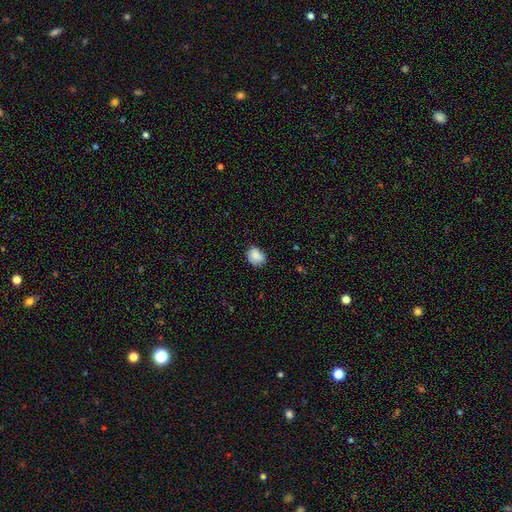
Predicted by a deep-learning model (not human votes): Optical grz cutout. It shows a smooth galaxy with no disk features (84%) that is in between round and cigar-shaped (51%). Merging: none (73%).